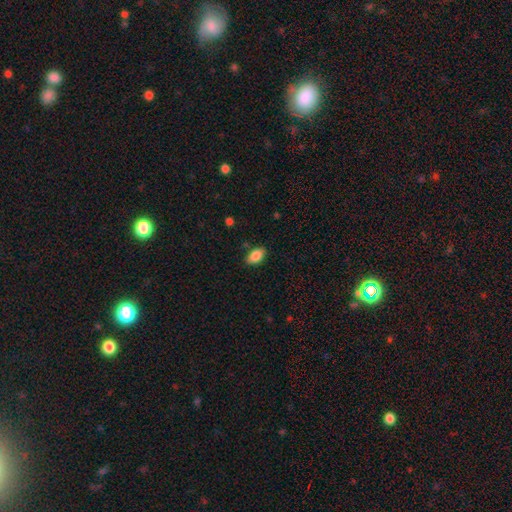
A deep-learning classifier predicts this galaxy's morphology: A smooth galaxy with no disk features (86%) that is in between round and cigar-shaped (91%). Merging: none (84%).